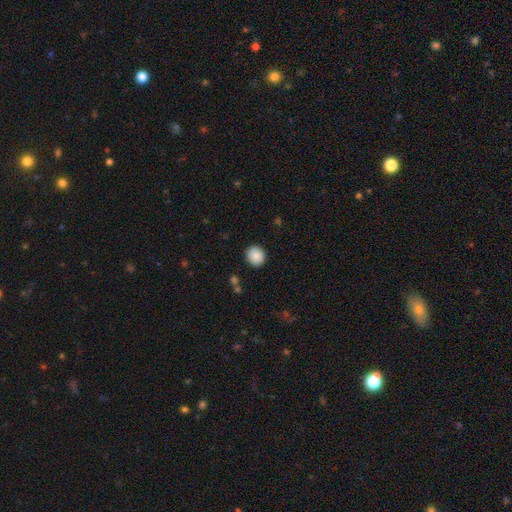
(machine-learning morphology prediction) Smooth or featured? Predicted: smooth (p=0.89). How rounded? Predicted: round (p=0.83). Merging? Predicted: none (p=0.89).